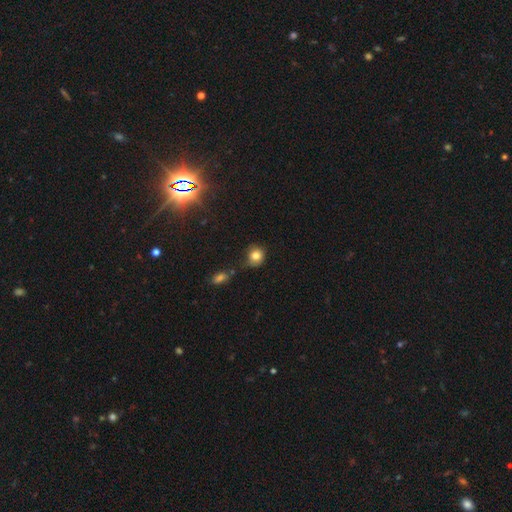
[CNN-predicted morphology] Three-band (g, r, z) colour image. It shows a smooth galaxy with no disk features (81%) that is round (81%). Merging: none (60%).